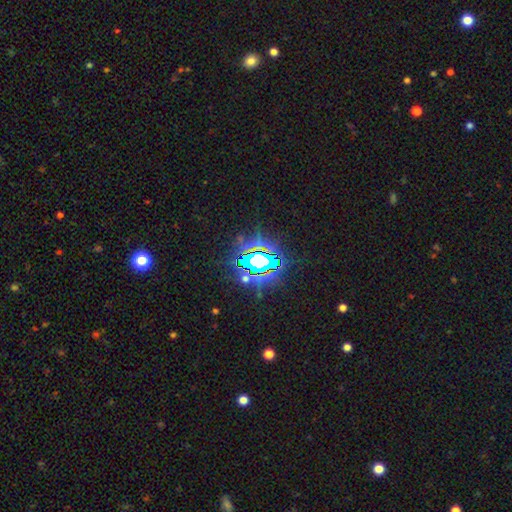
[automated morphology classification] smooth_or_featured: star or artifact (p=0.76) [alt: smooth p=0.13]